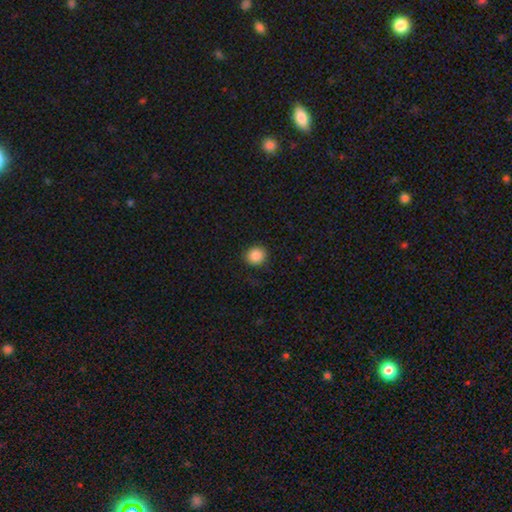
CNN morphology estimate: Q: Smooth or featured?
A: smooth (87%); runner-up: star or artifact (10%)
Q: How rounded?
A: round (87%); runner-up: in between (12%)
Q: Merging?
A: none (88%); runner-up: minor disturbance (8%)